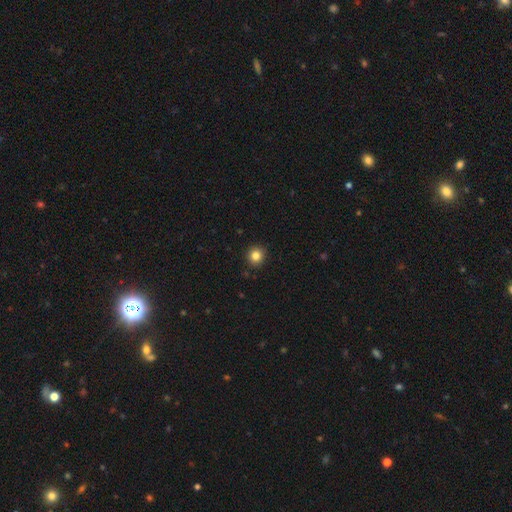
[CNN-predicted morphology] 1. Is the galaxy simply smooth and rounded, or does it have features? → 83% smooth, 12% star or artifact, 5% featured or disk.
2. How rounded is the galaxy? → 92% round, 7% in between, 1% cigar-shaped.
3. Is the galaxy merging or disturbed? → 91% none, 6% minor disturbance, 2% major disturbance, 1% merger.